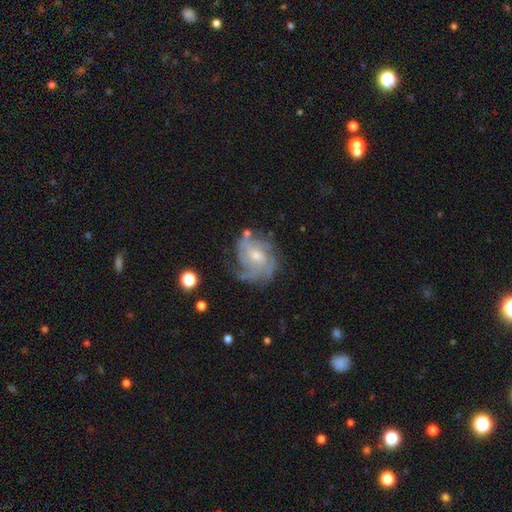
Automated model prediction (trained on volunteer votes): Smooth or featured? featured or disk (83%)
Edge-on disk? no (98%)
Bar? no (56%)
Spiral arms? yes (94%)
Spiral winding? tight (48%)
Spiral arm count? can't tell (31%)
Bulge size? small (52%)
Merging? none (62%)